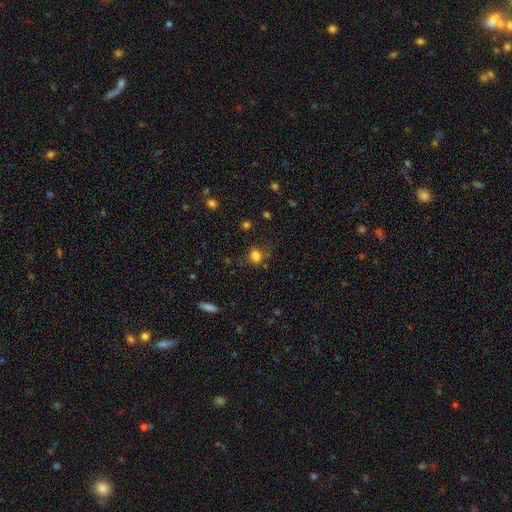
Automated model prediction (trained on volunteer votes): Smooth or featured? smooth (80%)
How rounded? round (54%)
Merging? none (64%)